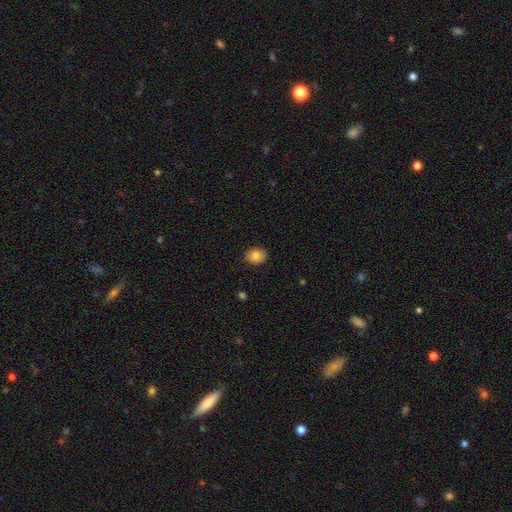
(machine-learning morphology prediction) Q: Smooth or featured?
A: smooth (85%); runner-up: star or artifact (9%)
Q: How rounded?
A: round (60%); runner-up: in between (39%)
Q: Merging?
A: none (88%); runner-up: minor disturbance (9%)